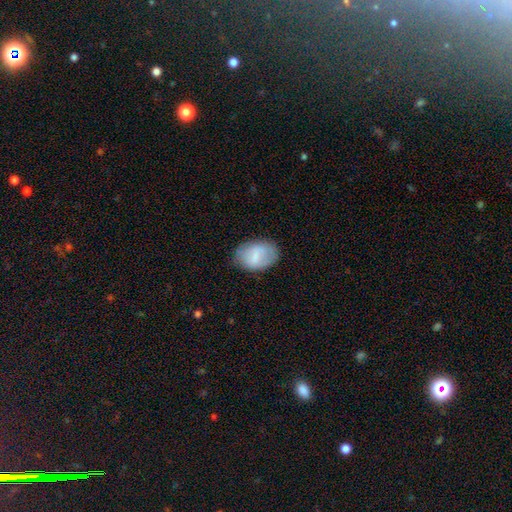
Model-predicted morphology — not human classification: Smooth or featured: smooth — 68% (featured or disk — 25%)
How rounded: in between — 82% (round — 17%)
Merging: none — 75% (minor disturbance — 18%)